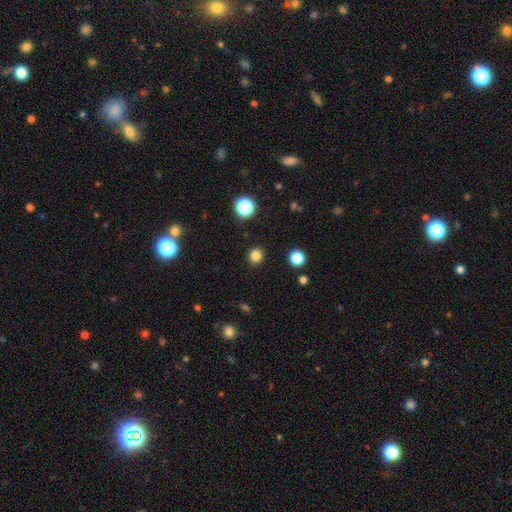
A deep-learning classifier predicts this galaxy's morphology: Overall: smooth (83%). How rounded: round (88%). Merging: none (92%).